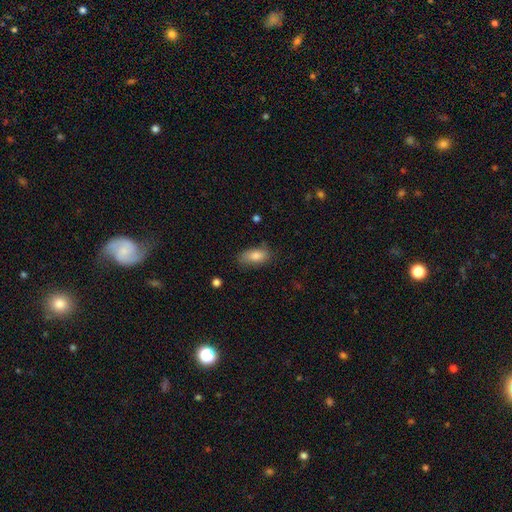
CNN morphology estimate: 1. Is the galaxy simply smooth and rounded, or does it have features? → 83% smooth, 9% featured or disk, 7% star or artifact.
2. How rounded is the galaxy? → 87% in between, 9% cigar-shaped, 4% round.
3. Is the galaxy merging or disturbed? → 71% none, 22% minor disturbance, 5% major disturbance, 2% merger.